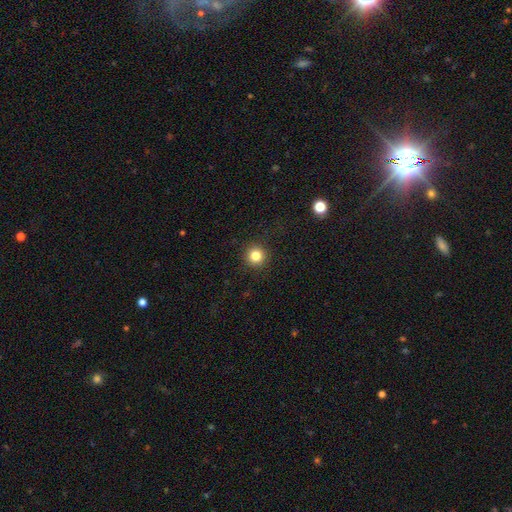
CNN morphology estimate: A smooth galaxy with no disk features (83%) that is round (95%).

Vote fractions:
- Smooth or featured? smooth: 83% / star or artifact: 12% / featured or disk: 5%
- How rounded? round: 95% / in between: 4% / cigar-shaped: 1%
- Merging? none: 92% / minor disturbance: 5% / major disturbance: 2% / merger: 1%